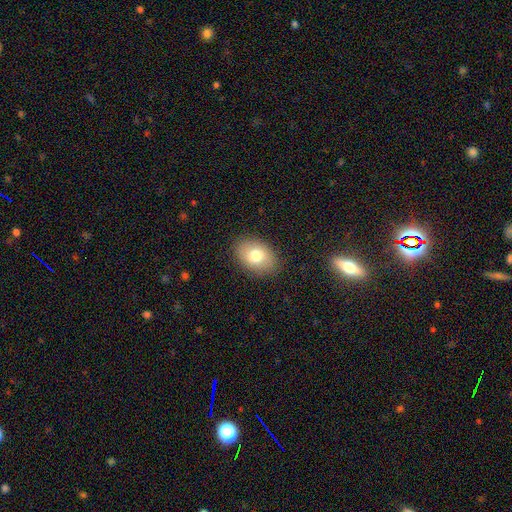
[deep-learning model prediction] smooth-or-featured: smooth: 77% | featured or disk: 15% | star or artifact: 8%
  how-rounded: in between: 81% | round: 17% | cigar-shaped: 1%
  merging: none: 86% | minor disturbance: 10% | major disturbance: 3% | merger: 1%